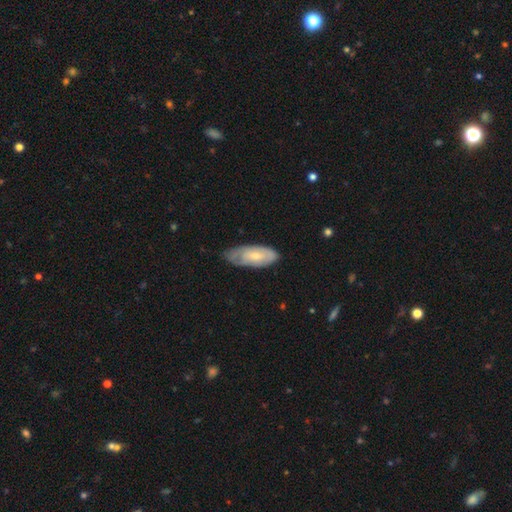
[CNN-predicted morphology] smooth_or_featured: smooth (p=0.53) [alt: featured or disk p=0.41]
how_rounded: in between (p=0.81) [alt: cigar-shaped p=0.17]
merging: none (p=0.56) [alt: minor disturbance p=0.33]